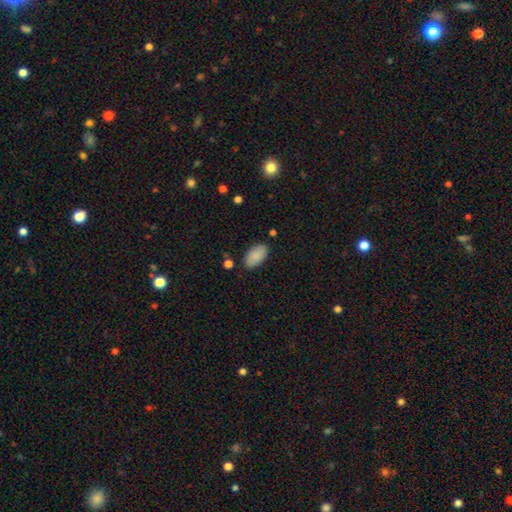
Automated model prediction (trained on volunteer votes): smooth 89%, star or artifact 7%, featured or disk 5%. Down the decision tree: how rounded — in between (95%); merging — none (86%).